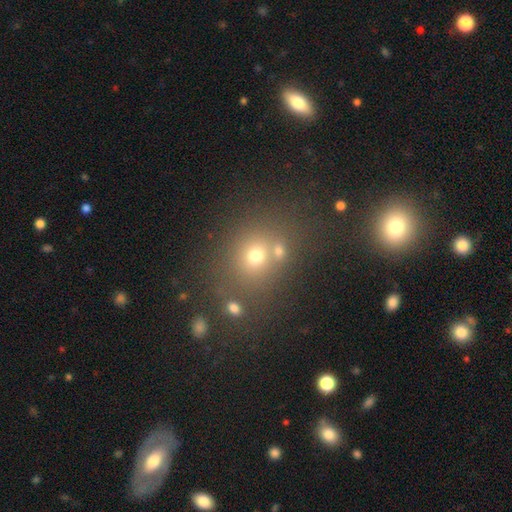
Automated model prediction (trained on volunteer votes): This is likely a smooth galaxy (64%). How rounded: likely round (71%). Merging: likely none (63%).